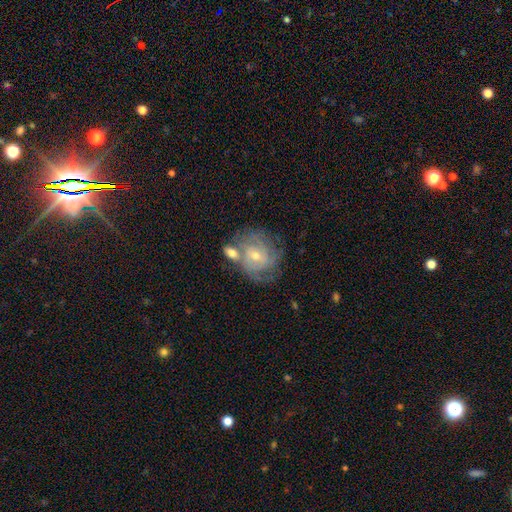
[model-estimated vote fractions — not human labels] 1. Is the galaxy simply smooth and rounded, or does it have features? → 74% featured or disk, 18% smooth, 8% star or artifact.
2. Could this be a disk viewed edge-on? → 97% no, 3% yes.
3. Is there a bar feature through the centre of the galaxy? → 58% no, 36% weak, 6% strong.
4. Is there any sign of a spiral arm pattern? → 88% yes, 12% no.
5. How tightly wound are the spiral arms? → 61% tight, 30% medium, 9% loose.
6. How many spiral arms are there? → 42% can't tell, 21% 3, 16% 2, 12% 4, 5% more than 4, 5% 1.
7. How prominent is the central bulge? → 53% small, 43% moderate, 2% large, 1% none, 1% dominant.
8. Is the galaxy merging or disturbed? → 51% none, 22% merger, 17% minor disturbance, 9% major disturbance.